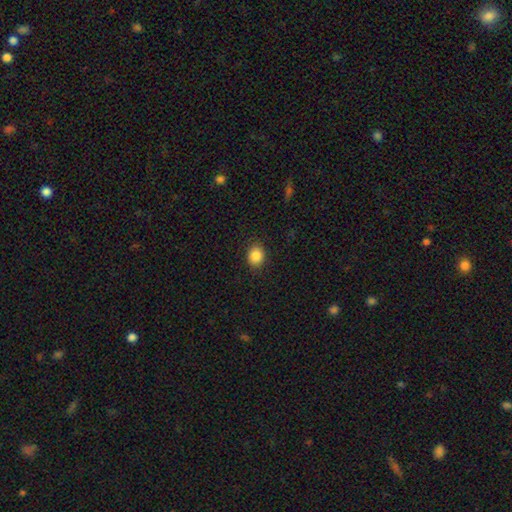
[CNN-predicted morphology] Smooth or featured: smooth — 87% (star or artifact — 9%)
How rounded: round — 54% (in between — 45%)
Merging: none — 88% (minor disturbance — 8%)